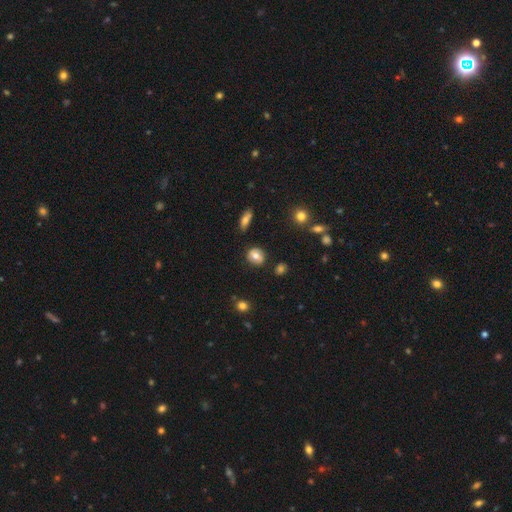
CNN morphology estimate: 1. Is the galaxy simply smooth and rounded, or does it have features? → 74% smooth, 16% featured or disk, 10% star or artifact.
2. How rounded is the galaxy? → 67% round, 31% in between, 1% cigar-shaped.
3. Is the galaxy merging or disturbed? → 81% none, 13% minor disturbance, 3% major disturbance, 3% merger.